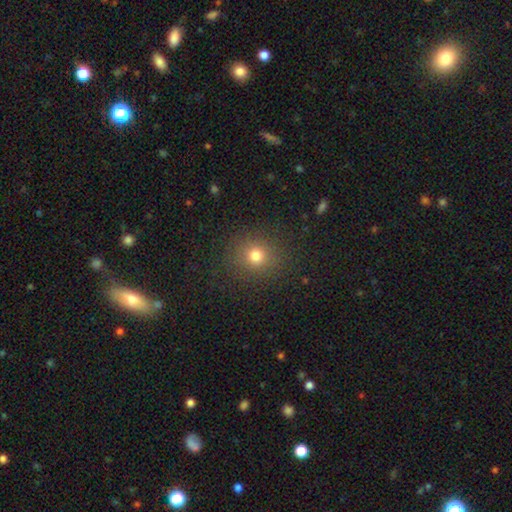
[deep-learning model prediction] Overall: smooth (75%). How rounded: round (85%). Merging: none (88%).